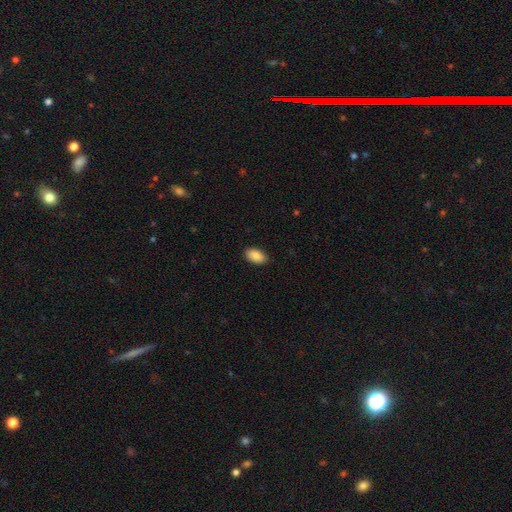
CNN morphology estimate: smooth_or_featured: smooth (p=0.89) [alt: star or artifact p=0.07]
how_rounded: in between (p=0.94) [alt: round p=0.04]
merging: none (p=0.90) [alt: minor disturbance p=0.08]